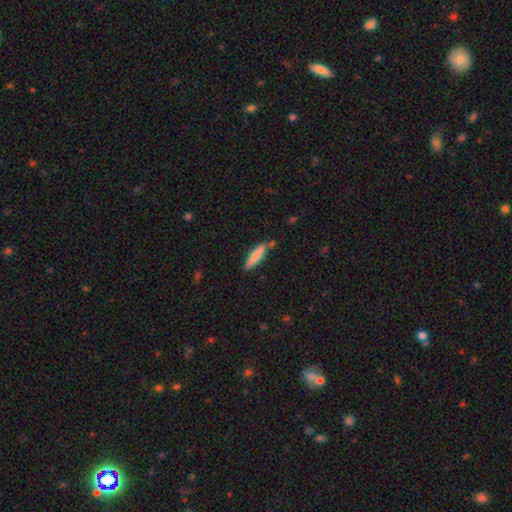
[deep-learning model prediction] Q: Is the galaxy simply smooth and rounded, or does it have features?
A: smooth — 79%.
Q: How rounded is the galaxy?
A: cigar-shaped — 82%.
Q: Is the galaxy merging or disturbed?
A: none — 76%.